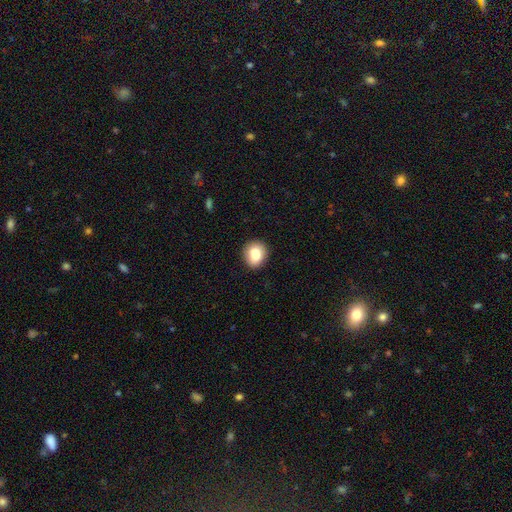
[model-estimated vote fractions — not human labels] This is likely a smooth galaxy (78%). How rounded: likely round (67%). Merging: likely none (74%).